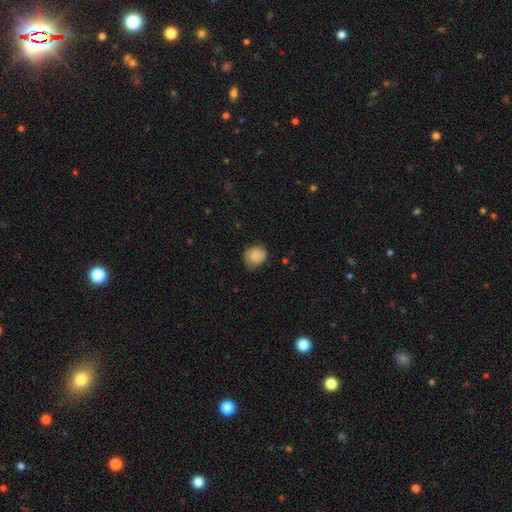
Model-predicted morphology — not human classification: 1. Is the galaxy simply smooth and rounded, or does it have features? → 81% smooth, 11% featured or disk, 8% star or artifact.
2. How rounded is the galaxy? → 71% round, 28% in between, 1% cigar-shaped.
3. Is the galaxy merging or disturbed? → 63% none, 29% minor disturbance, 7% major disturbance, 1% merger.